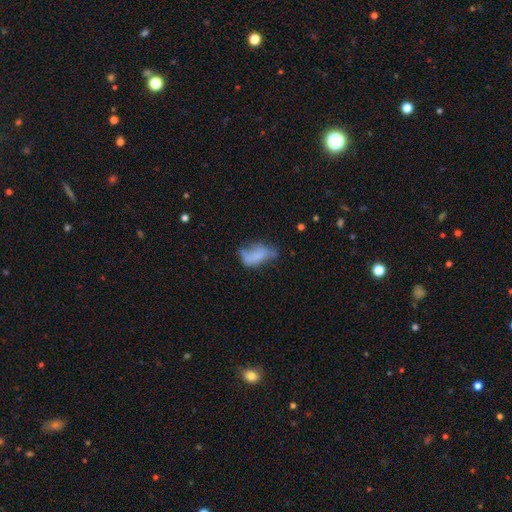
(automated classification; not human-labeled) Smooth or featured? smooth (60%)
How rounded? in between (86%)
Merging? major disturbance (33%)